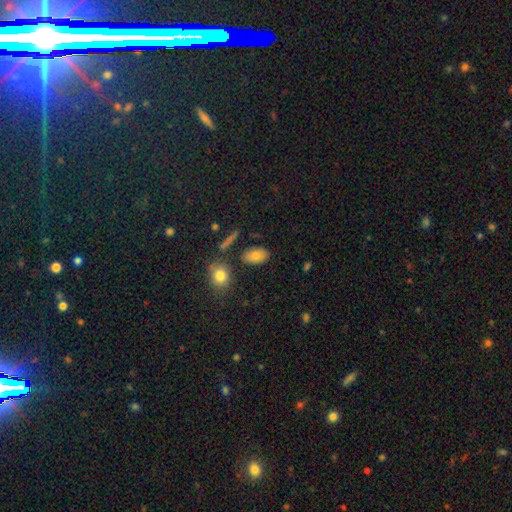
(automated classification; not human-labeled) Smooth or featured?
  - smooth: 81% *
  - featured or disk: 10%
  - star or artifact: 9%
How rounded?
  - in between: 89% *
  - round: 9%
  - cigar-shaped: 2%
Merging?
  - none: 80% *
  - minor disturbance: 11%
  - merger: 5%
  - major disturbance: 3%